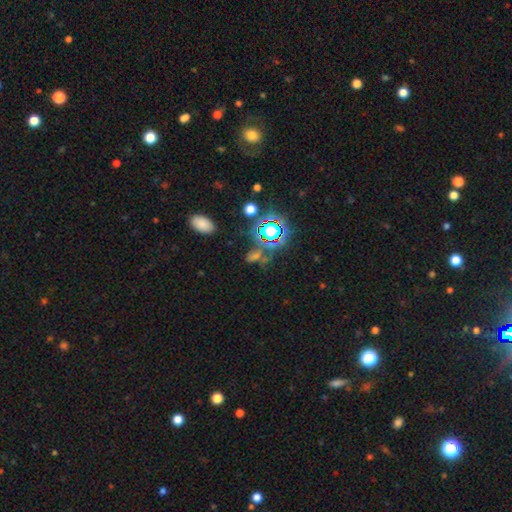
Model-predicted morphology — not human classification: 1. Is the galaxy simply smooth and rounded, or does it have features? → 53% star or artifact, 36% smooth, 11% featured or disk.